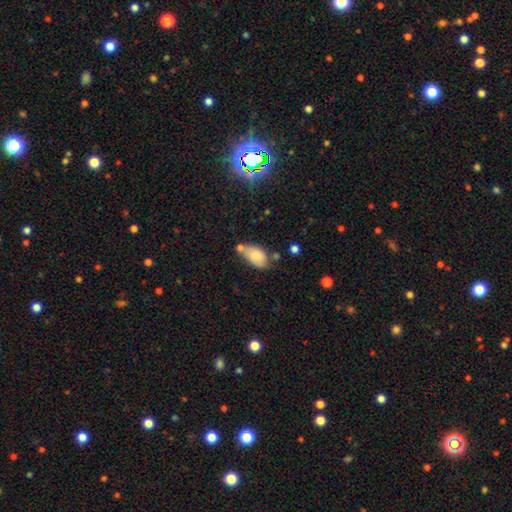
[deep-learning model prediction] smooth 81%, featured or disk 11%, star or artifact 8%. Down the decision tree: how rounded — in between (92%); merging — none (48%).